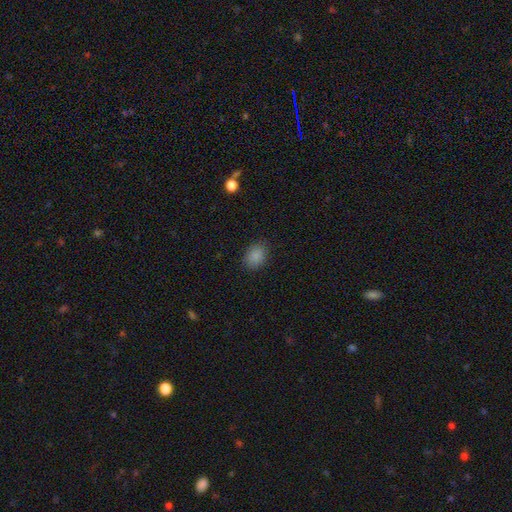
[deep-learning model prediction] Smooth or featured: smooth — 86% (star or artifact — 10%)
How rounded: in between — 63% (round — 36%)
Merging: none — 86% (minor disturbance — 10%)